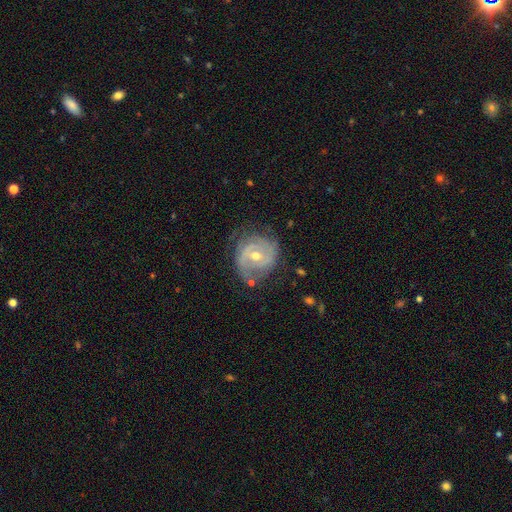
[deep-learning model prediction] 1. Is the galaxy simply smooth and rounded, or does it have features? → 81% featured or disk, 12% smooth, 7% star or artifact.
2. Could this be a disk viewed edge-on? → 97% no, 3% yes.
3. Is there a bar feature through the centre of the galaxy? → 43% no, 42% weak, 15% strong.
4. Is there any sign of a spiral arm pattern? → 89% yes, 11% no.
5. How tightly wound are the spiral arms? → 57% tight, 32% medium, 11% loose.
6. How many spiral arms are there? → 52% 2, 26% can't tell, 11% 3, 5% 1, 3% 4, 3% more than 4.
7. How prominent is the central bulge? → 62% moderate, 35% small, 2% large, 1% none, 1% dominant.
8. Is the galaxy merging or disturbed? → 67% none, 21% minor disturbance, 9% major disturbance, 2% merger.